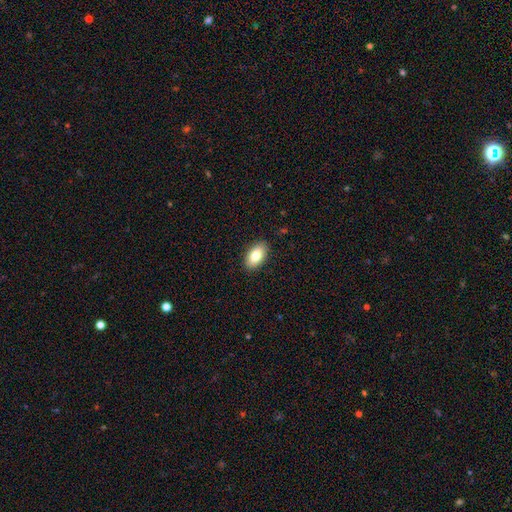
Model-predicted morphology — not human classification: Q: Smooth or featured?
A: smooth (82%); runner-up: featured or disk (11%)
Q: How rounded?
A: in between (94%); runner-up: round (3%)
Q: Merging?
A: none (89%); runner-up: minor disturbance (8%)